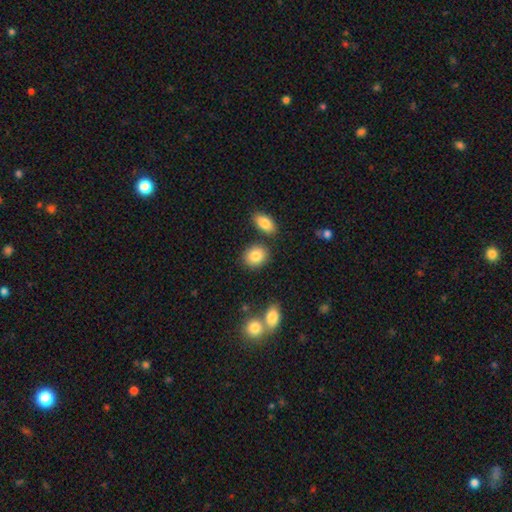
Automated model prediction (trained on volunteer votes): Smooth or featured? smooth (84%)
How rounded? round (51%)
Merging? none (78%)